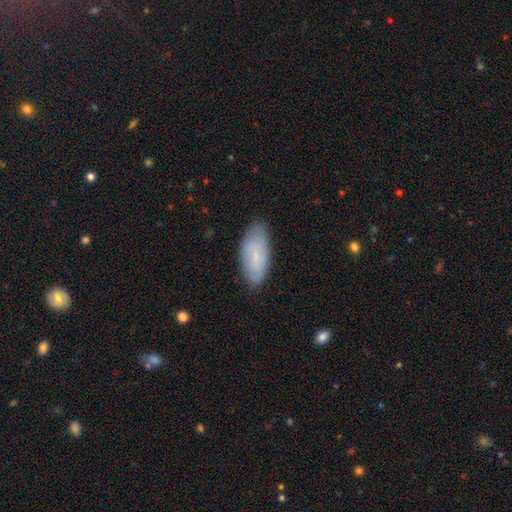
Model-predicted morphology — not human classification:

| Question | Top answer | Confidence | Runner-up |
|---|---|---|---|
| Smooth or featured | smooth | 65% | featured or disk (28%) |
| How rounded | in between | 87% | cigar-shaped (11%) |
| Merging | none | 81% | minor disturbance (15%) |